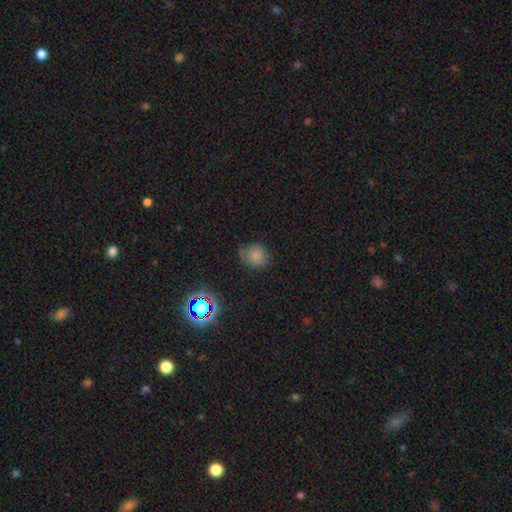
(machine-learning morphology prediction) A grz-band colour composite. It shows a smooth galaxy with no disk features (75%) that is round (78%). Merging: none (68%).